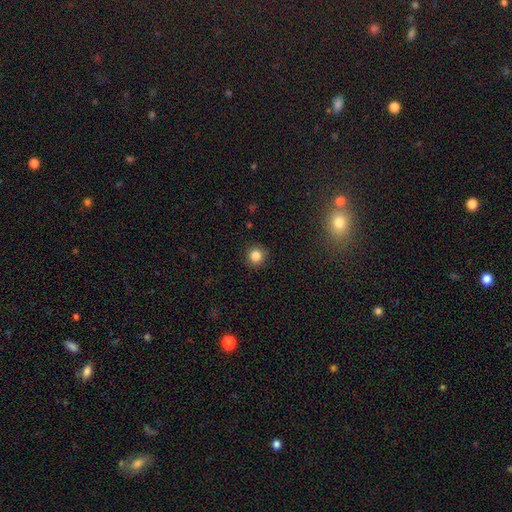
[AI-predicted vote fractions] Q: Smooth or featured?
A: smooth (84%); runner-up: star or artifact (11%)
Q: How rounded?
A: round (93%); runner-up: in between (6%)
Q: Merging?
A: none (90%); runner-up: minor disturbance (7%)